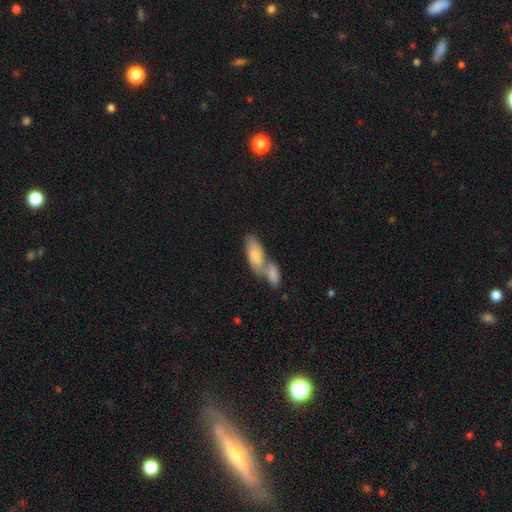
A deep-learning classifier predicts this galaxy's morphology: This is likely a smooth galaxy (69%). How rounded: clearly in between (85%). Merging: likely merger (67%).